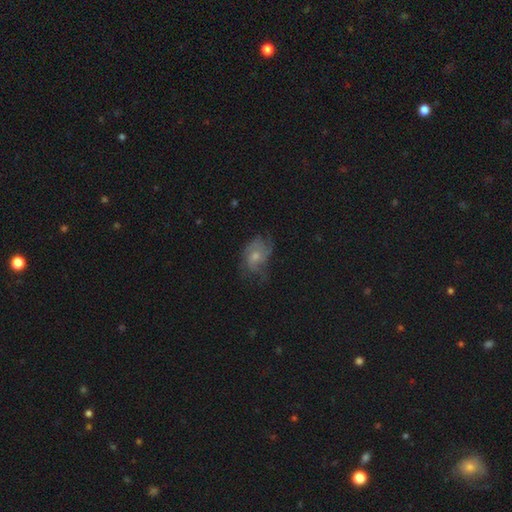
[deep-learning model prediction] This is possibly a featured or disk galaxy (59%). It is clearly not viewed edge-on (97%). Bar: likely no (75%). Spiral arm pattern: likely yes (80%). Central bulge: possibly moderate (48%). Merging: possibly none (52%).